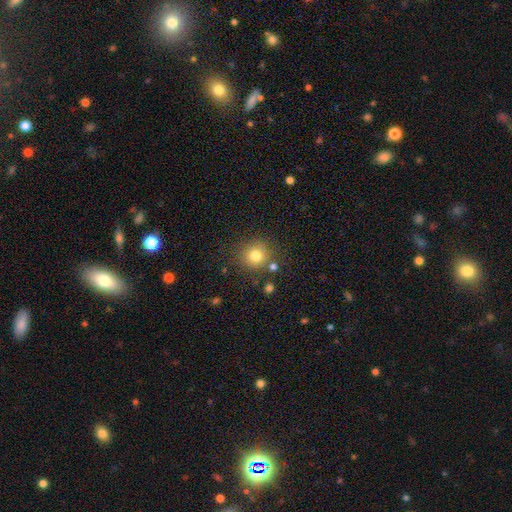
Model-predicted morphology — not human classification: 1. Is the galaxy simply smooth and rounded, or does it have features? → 79% smooth, 13% star or artifact, 8% featured or disk.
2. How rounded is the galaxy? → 91% round, 8% in between, 1% cigar-shaped.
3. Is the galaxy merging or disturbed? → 79% none, 10% minor disturbance, 7% merger, 4% major disturbance.